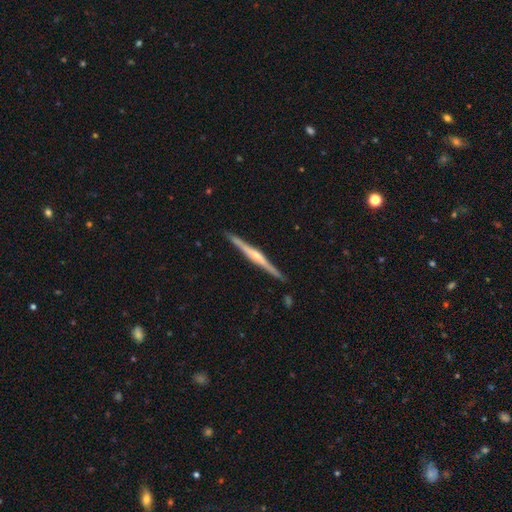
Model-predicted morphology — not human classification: The model was most divided on "edge-on bulge": rounded: 77%, none: 14%, boxy: 10%. More confident: edge-on disk — yes (98%); merging — none (91%); smooth or featured — featured or disk (80%).